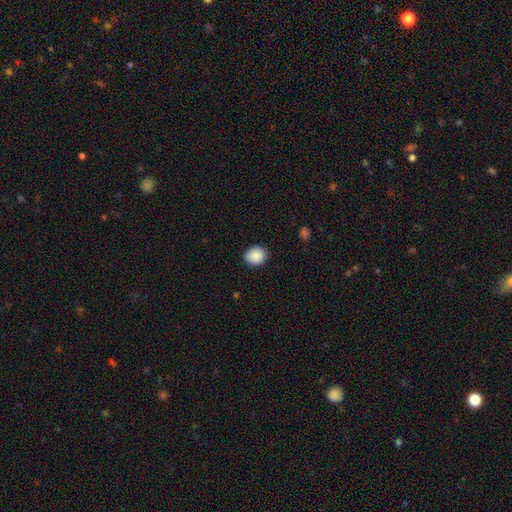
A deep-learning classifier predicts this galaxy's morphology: Smooth or featured?
  - smooth: 89% *
  - star or artifact: 8%
  - featured or disk: 3%
How rounded?
  - round: 63% *
  - in between: 36%
  - cigar-shaped: 1%
Merging?
  - none: 86% *
  - minor disturbance: 11%
  - major disturbance: 2%
  - merger: 1%